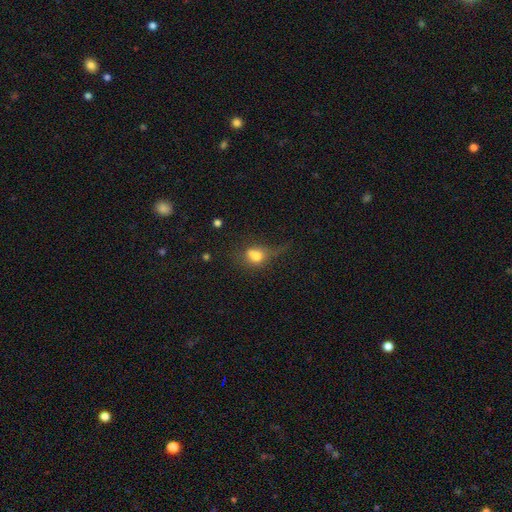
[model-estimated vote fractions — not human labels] This appears to be a smooth galaxy with no disk features (67%) that is in between round and cigar-shaped (56%). Merging: major disturbance (29%).